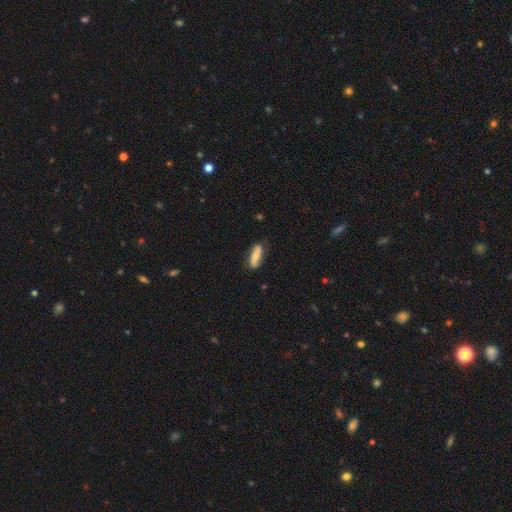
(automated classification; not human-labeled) Q: Smooth or featured?
A: smooth (65%); runner-up: featured or disk (28%)
Q: How rounded?
A: cigar-shaped (51%); runner-up: in between (47%)
Q: Merging?
A: none (74%); runner-up: minor disturbance (20%)